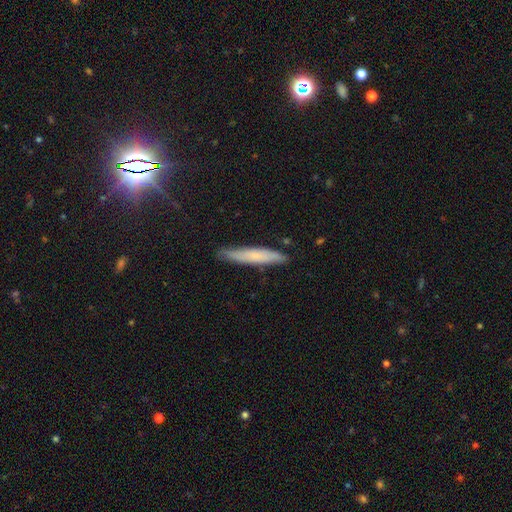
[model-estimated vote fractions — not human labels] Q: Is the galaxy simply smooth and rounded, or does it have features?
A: smooth — 63%.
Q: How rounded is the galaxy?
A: cigar-shaped — 91%.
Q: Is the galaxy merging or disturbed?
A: none — 85%.